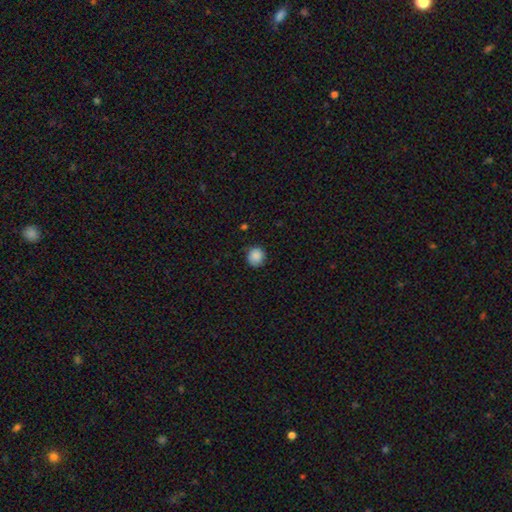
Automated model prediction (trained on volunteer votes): Overall: smooth (88%). How rounded: round (89%). Merging: none (83%).